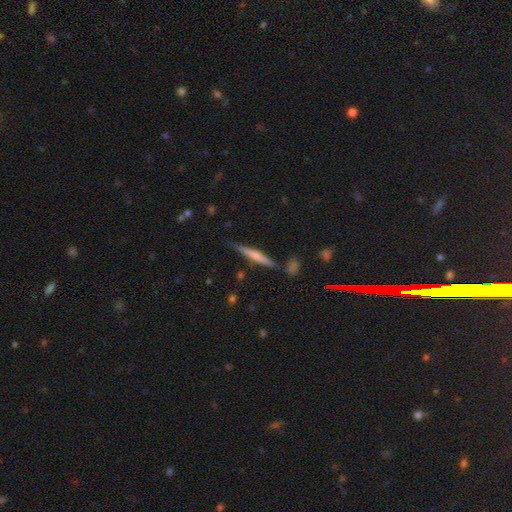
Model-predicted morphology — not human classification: The model was most divided on "smooth or featured" (2-way tie): smooth: 47%, featured or disk: 47%, star or artifact: 6%. More confident: merging — none (76%).